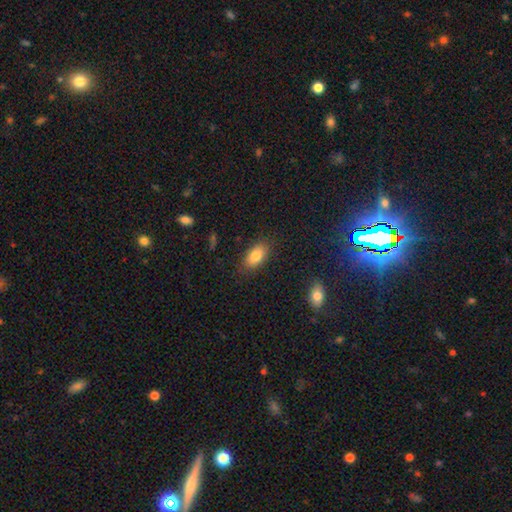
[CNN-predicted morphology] The model was most divided on "smooth or featured": smooth: 82%, featured or disk: 10%, star or artifact: 8%. More confident: how rounded — in between (90%); merging — none (84%).